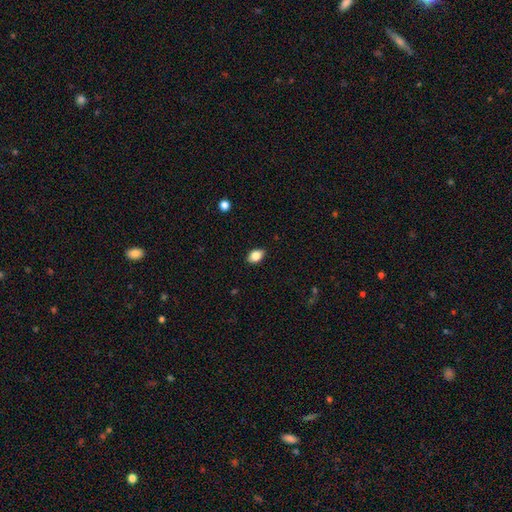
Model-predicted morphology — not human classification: Overall: smooth (83%). How rounded: in between (81%). Merging: none (87%).